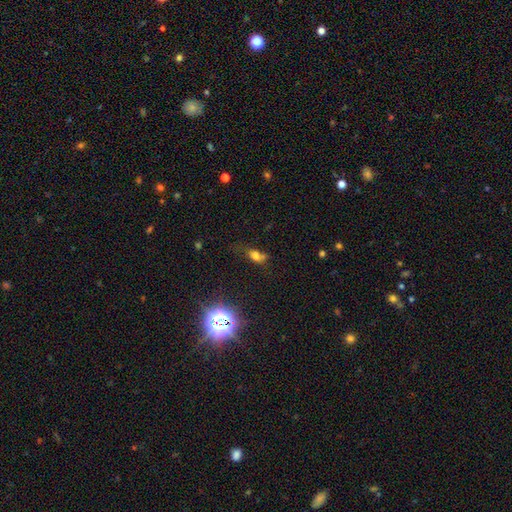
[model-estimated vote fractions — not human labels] smooth-or-featured: smooth: 63% | star or artifact: 23% | featured or disk: 14%
  how-rounded: in between: 72% | round: 20% | cigar-shaped: 8%
  merging: none: 39% | minor disturbance: 23% | merger: 21% | major disturbance: 17%